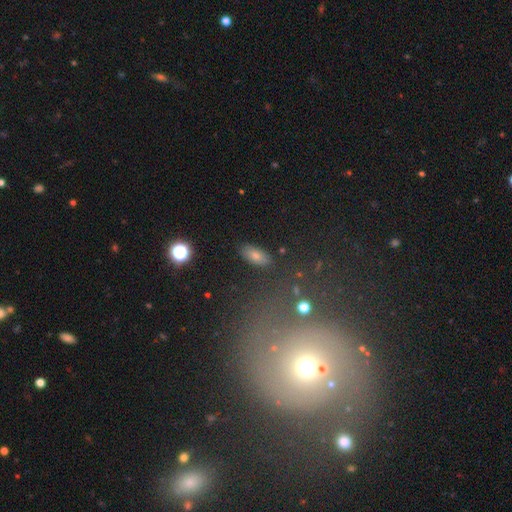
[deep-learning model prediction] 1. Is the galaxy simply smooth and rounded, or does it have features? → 68% smooth, 18% star or artifact, 15% featured or disk.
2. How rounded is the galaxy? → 88% in between, 7% cigar-shaped, 6% round.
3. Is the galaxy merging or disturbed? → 86% none, 9% minor disturbance, 3% major disturbance, 2% merger.